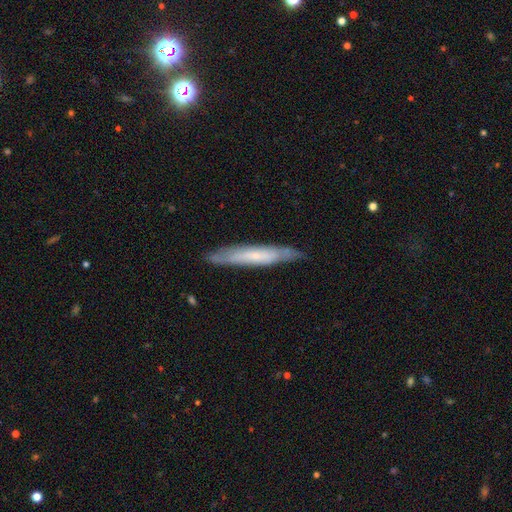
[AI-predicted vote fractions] Smooth or featured? Predicted: featured or disk (p=0.49). Merging? Predicted: none (p=0.83).